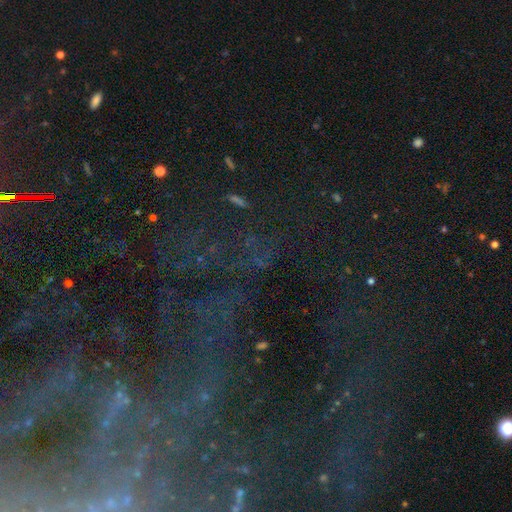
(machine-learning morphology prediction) star or artifact 65%, featured or disk 23%, smooth 12%.